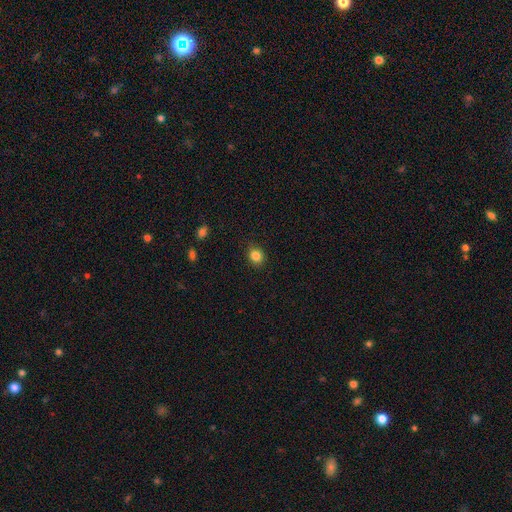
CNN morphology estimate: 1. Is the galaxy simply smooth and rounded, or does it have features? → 84% smooth, 11% star or artifact, 5% featured or disk.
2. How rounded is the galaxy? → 68% round, 31% in between, 1% cigar-shaped.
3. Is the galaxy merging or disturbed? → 87% none, 9% minor disturbance, 2% major disturbance, 1% merger.